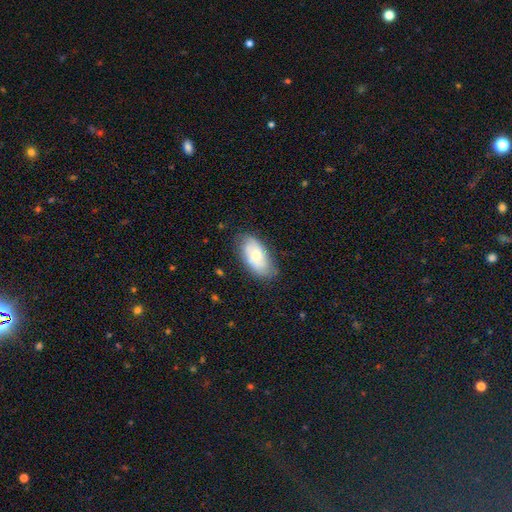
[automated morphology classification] Smooth or featured?
  - smooth: 58% *
  - featured or disk: 34%
  - star or artifact: 7%
How rounded?
  - in between: 92% *
  - cigar-shaped: 4%
  - round: 4%
Merging?
  - none: 74% *
  - minor disturbance: 20%
  - major disturbance: 5%
  - merger: 1%